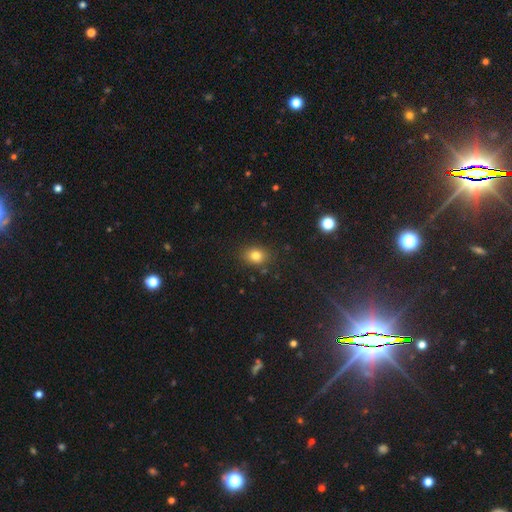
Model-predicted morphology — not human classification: This appears to be a smooth galaxy with no disk features (80%) that is in between round and cigar-shaped (52%). Merging: none (84%).